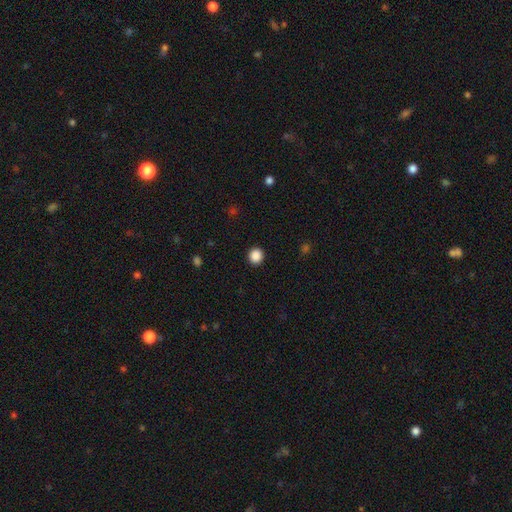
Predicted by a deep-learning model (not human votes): This appears to be a smooth galaxy with no disk features (88%) that is round (90%). Merging: none (92%).